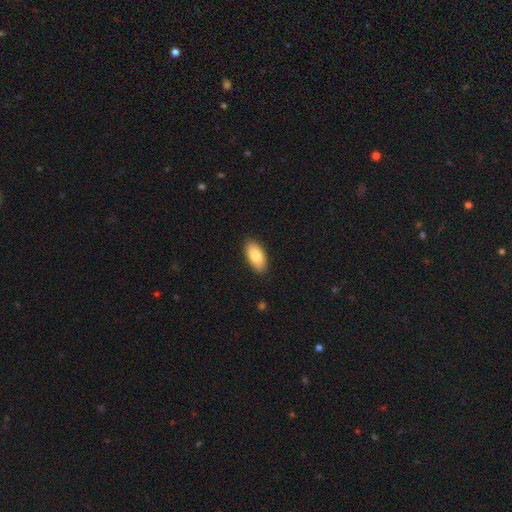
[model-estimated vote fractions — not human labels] This appears to be a smooth galaxy with no disk features (83%) that is in between round and cigar-shaped (92%). Merging: none (88%).